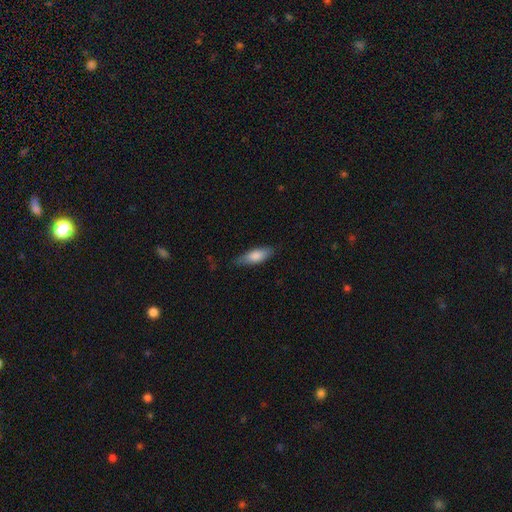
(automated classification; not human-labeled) Morphology: type=smooth (80%); roundness=in between (64%); merging=none (76%).